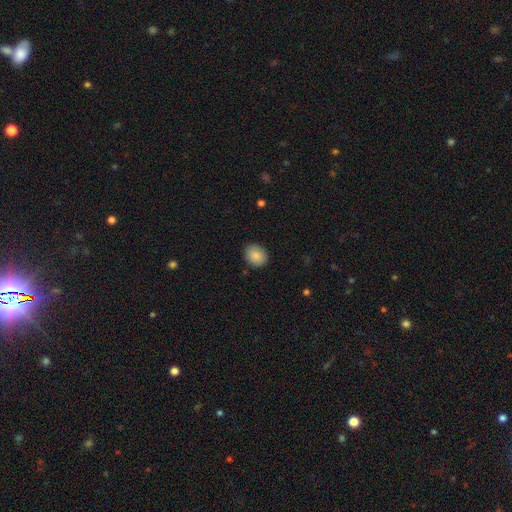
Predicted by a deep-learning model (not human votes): Smooth or featured? smooth (87%)
How rounded? round (58%)
Merging? none (86%)